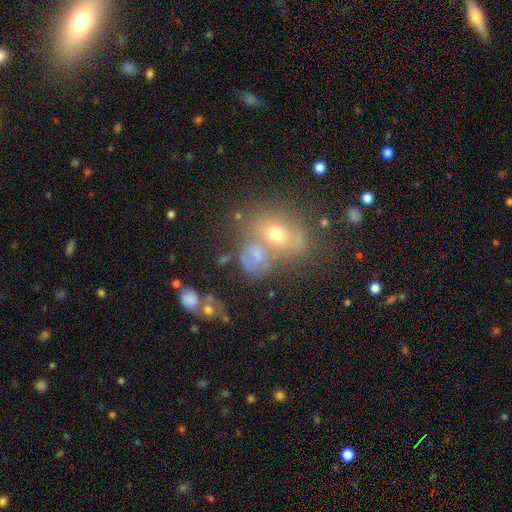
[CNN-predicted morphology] Smooth or featured? smooth (54%)
How rounded? round (50%)
Merging? merger (44%)